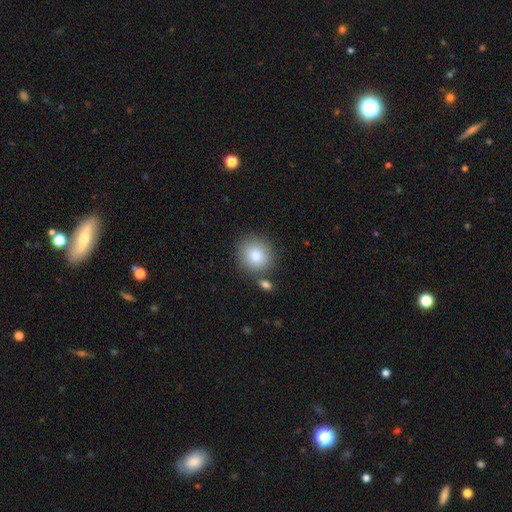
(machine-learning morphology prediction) smooth 84%, star or artifact 8%, featured or disk 8%. Down the decision tree: how rounded — round (84%); merging — none (76%).